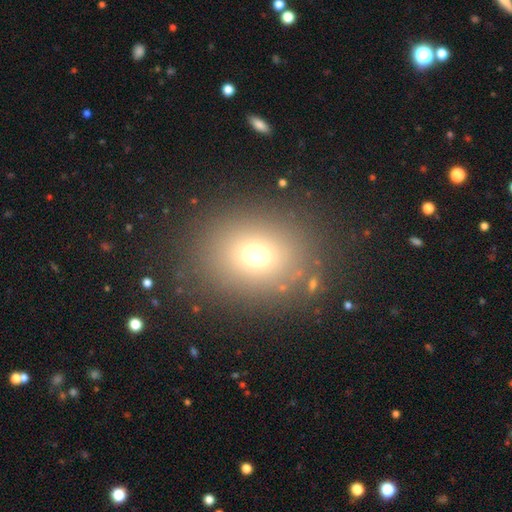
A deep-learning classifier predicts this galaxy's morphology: Q: Smooth or featured?
A: smooth (69%); runner-up: star or artifact (20%)
Q: How rounded?
A: round (58%); runner-up: in between (41%)
Q: Merging?
A: none (85%); runner-up: minor disturbance (8%)